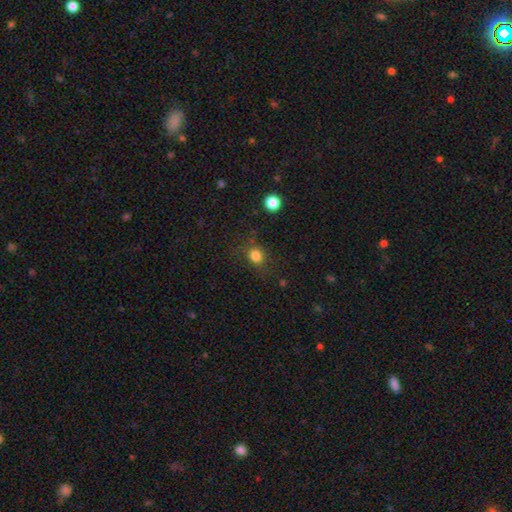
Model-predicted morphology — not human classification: Overall: smooth (81%). How rounded: round (72%). Merging: none (76%).